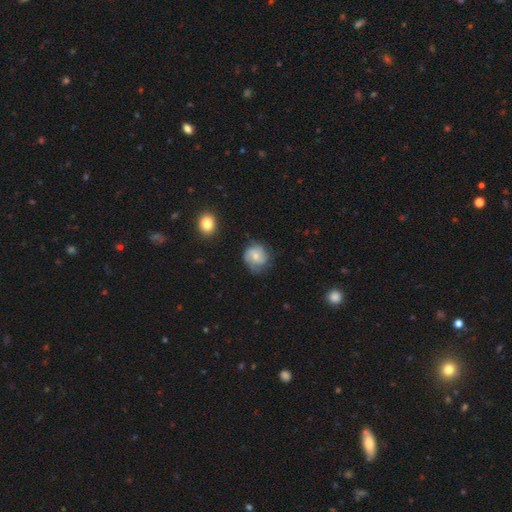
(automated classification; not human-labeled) featured or disk 50%, smooth 42%, star or artifact 8%. Down the decision tree: merging — none (65%).